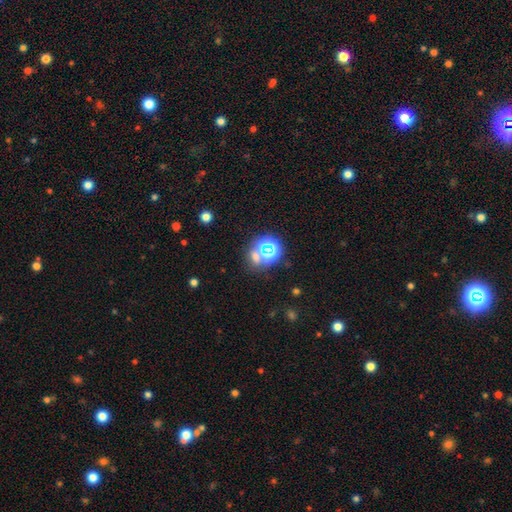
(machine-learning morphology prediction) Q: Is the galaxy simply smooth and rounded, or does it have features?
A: star or artifact — 54%.